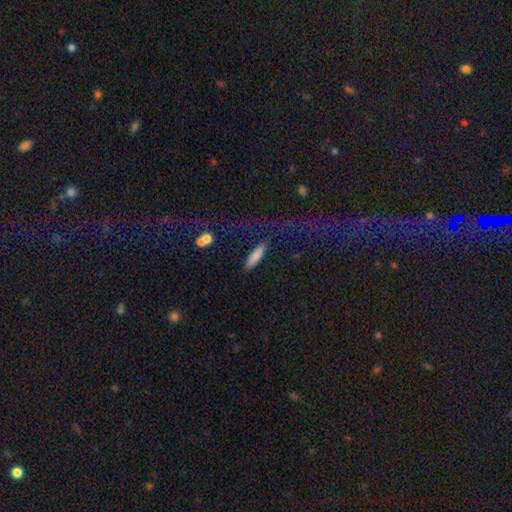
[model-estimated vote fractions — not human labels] smooth 80%, featured or disk 12%, star or artifact 8%. Down the decision tree: how rounded — cigar-shaped (71%); merging — none (73%).